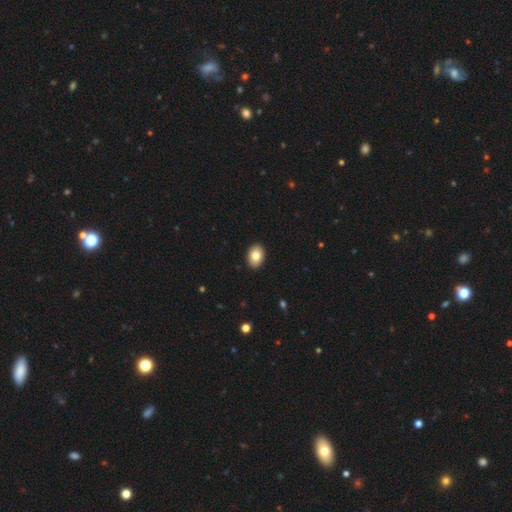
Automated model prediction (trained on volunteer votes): Smooth or featured?
  - smooth: 81% *
  - featured or disk: 11%
  - star or artifact: 8%
How rounded?
  - in between: 81% *
  - round: 17%
  - cigar-shaped: 1%
Merging?
  - none: 91% *
  - minor disturbance: 6%
  - major disturbance: 1%
  - merger: 1%